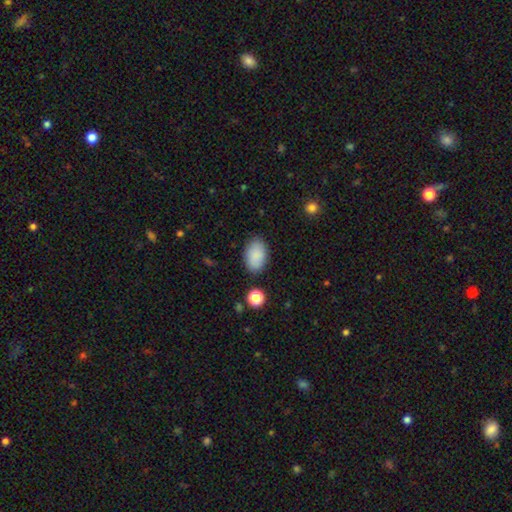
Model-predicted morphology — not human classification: type=smooth (88%); roundness=in between (91%); merging=none (84%).